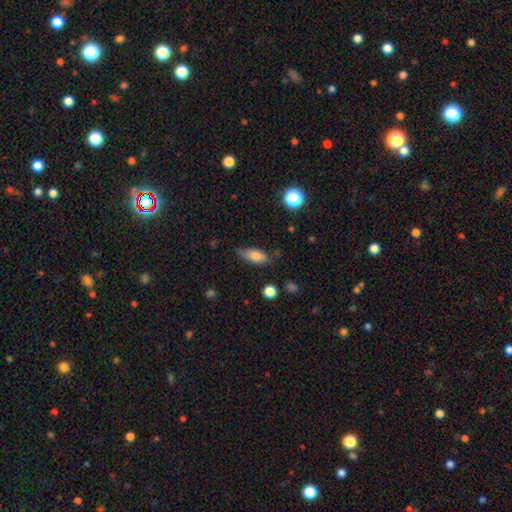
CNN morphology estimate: Smooth or featured?
  - smooth: 79% *
  - featured or disk: 13%
  - star or artifact: 8%
How rounded?
  - in between: 75% *
  - cigar-shaped: 22%
  - round: 3%
Merging?
  - none: 66% *
  - minor disturbance: 26%
  - major disturbance: 5%
  - merger: 2%